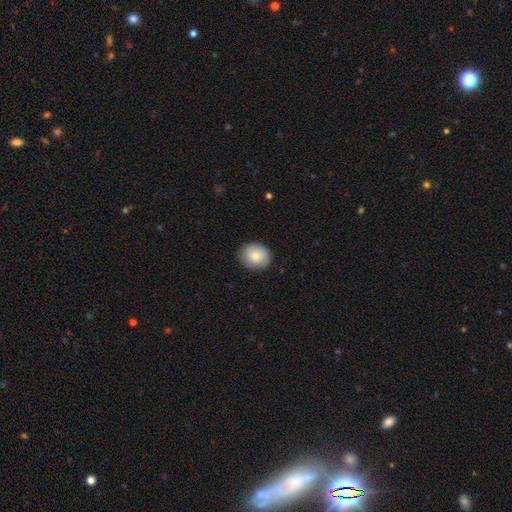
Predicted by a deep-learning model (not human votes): Smooth or featured? smooth (81%)
How rounded? round (67%)
Merging? none (86%)